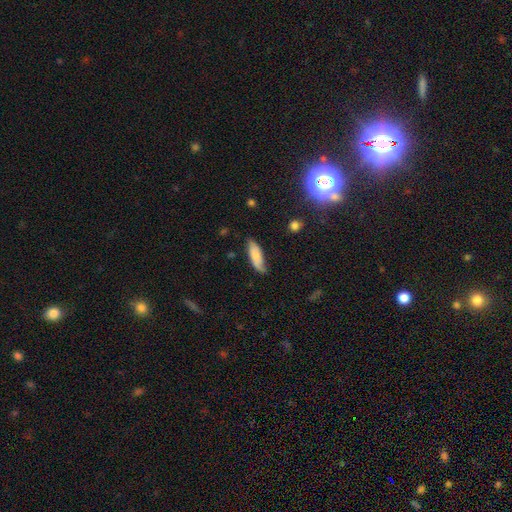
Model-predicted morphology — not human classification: A smooth galaxy with no disk features (72%) that is in between round and cigar-shaped (57%).

Vote fractions:
- Smooth or featured? smooth: 72% / featured or disk: 21% / star or artifact: 7%
- How rounded? in between: 57% / cigar-shaped: 41% / round: 2%
- Merging? none: 66% / minor disturbance: 26% / major disturbance: 6% / merger: 2%